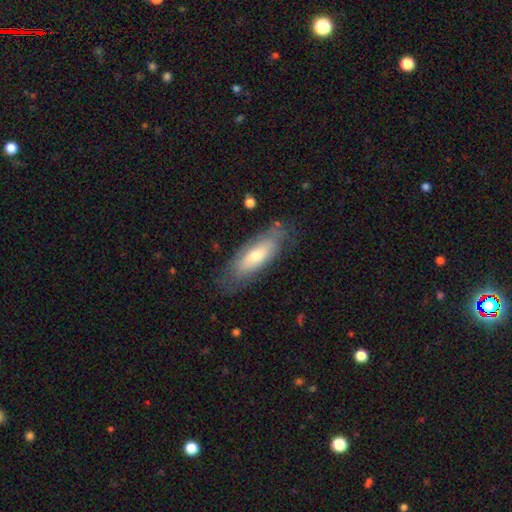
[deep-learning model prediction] Q: Smooth or featured?
A: smooth (56%); runner-up: featured or disk (38%)
Q: How rounded?
A: in between (65%); runner-up: cigar-shaped (33%)
Q: Merging?
A: none (73%); runner-up: minor disturbance (19%)